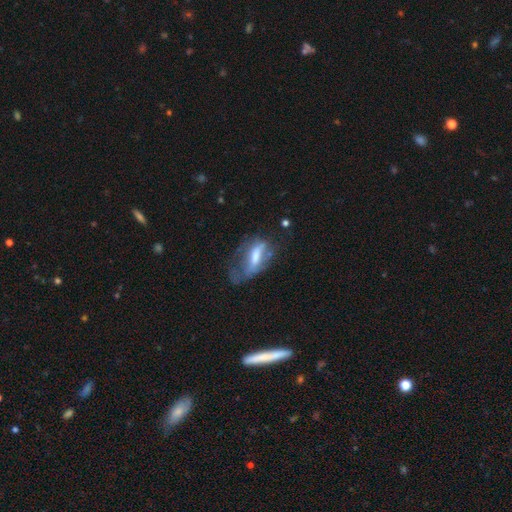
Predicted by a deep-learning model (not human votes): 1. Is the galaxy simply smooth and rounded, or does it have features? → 52% featured or disk, 38% smooth, 10% star or artifact.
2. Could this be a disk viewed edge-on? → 81% no, 19% yes.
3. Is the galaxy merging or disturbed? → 38% major disturbance, 33% none, 25% minor disturbance, 4% merger.